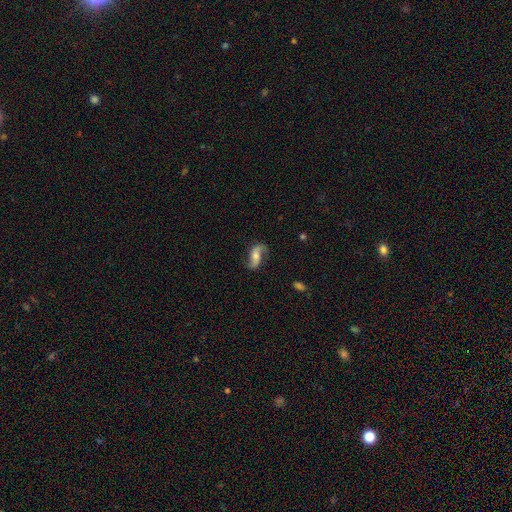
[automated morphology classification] featured or disk 76%, smooth 17%, star or artifact 7%. Down the decision tree: edge-on disk — no (95%); bar — no (51%); spiral arms — yes (94%); spiral arm count — 2 (91%); spiral winding — loose (76%); bulge size — moderate (53%); merging — none (75%).